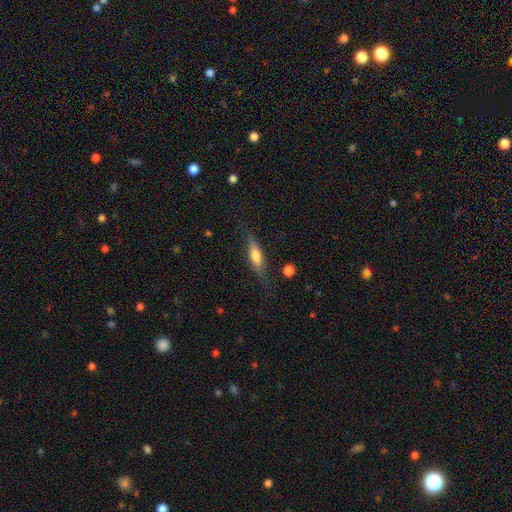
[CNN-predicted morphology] smooth_or_featured: smooth (p=0.62) [alt: featured or disk p=0.32]
how_rounded: cigar-shaped (p=0.62) [alt: in between p=0.36]
merging: none (p=0.74) [alt: minor disturbance p=0.18]